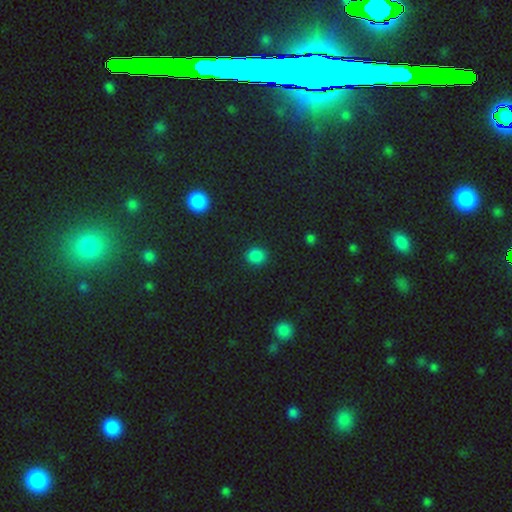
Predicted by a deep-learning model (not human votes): A smooth galaxy with no disk features (83%) that is round (80%).

Vote fractions:
- Smooth or featured? smooth: 83% / star or artifact: 14% / featured or disk: 3%
- How rounded? round: 80% / in between: 19% / cigar-shaped: 1%
- Merging? none: 89% / minor disturbance: 7% / major disturbance: 2% / merger: 1%